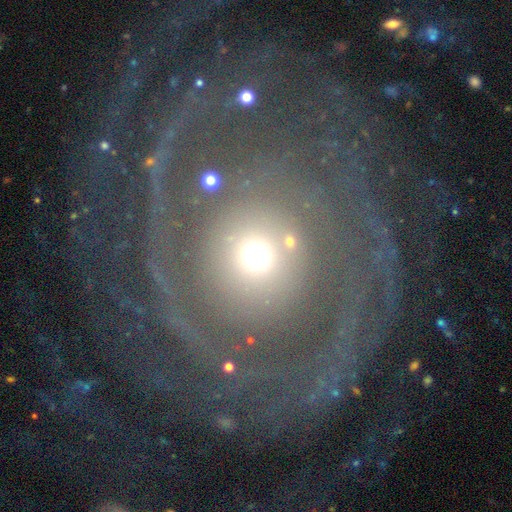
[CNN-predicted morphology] Q: Smooth or featured?
A: smooth (63%); runner-up: star or artifact (27%)
Q: How rounded?
A: round (87%); runner-up: in between (12%)
Q: Merging?
A: none (70%); runner-up: merger (12%)